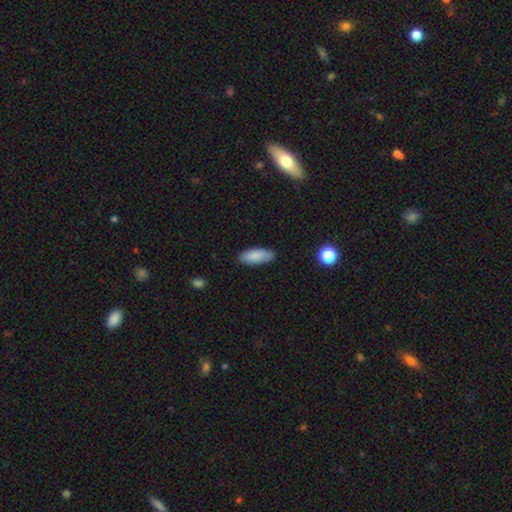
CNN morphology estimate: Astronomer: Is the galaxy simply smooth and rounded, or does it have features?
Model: smooth — 86%.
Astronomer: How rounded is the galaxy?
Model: in between — 79%.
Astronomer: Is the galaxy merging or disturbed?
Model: none — 83%.